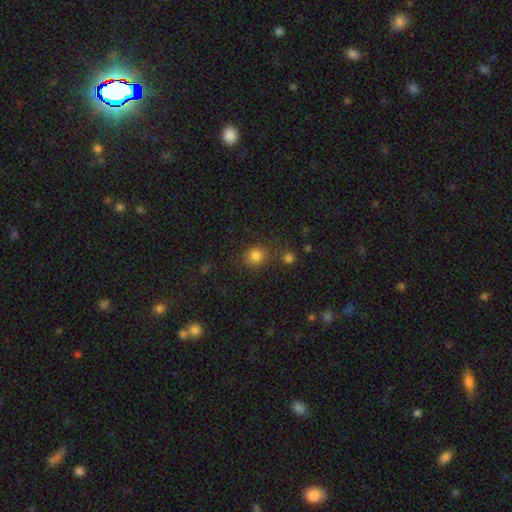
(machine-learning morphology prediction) Q: Smooth or featured?
A: smooth (81%); runner-up: star or artifact (14%)
Q: How rounded?
A: round (83%); runner-up: in between (16%)
Q: Merging?
A: none (75%); runner-up: minor disturbance (11%)